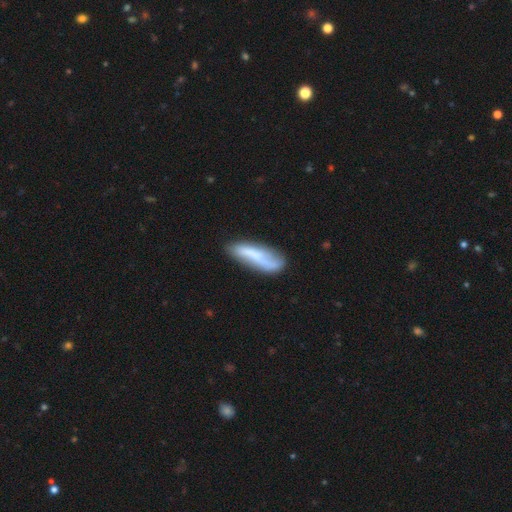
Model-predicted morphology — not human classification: smooth 54%, featured or disk 39%, star or artifact 7%. Down the decision tree: how rounded — cigar-shaped (53%); merging — none (59%).